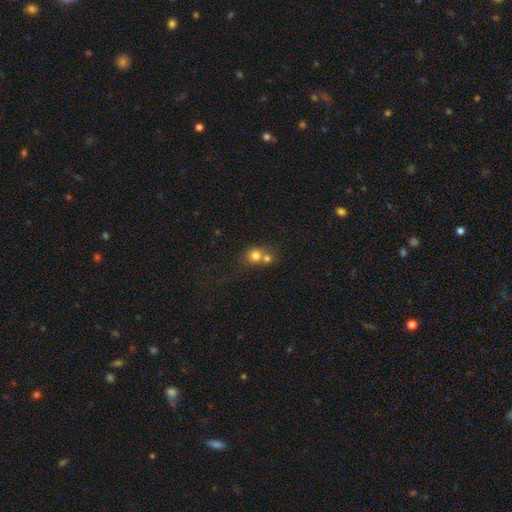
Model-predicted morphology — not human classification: type=smooth (77%); roundness=round (82%); merging=merger (56%).